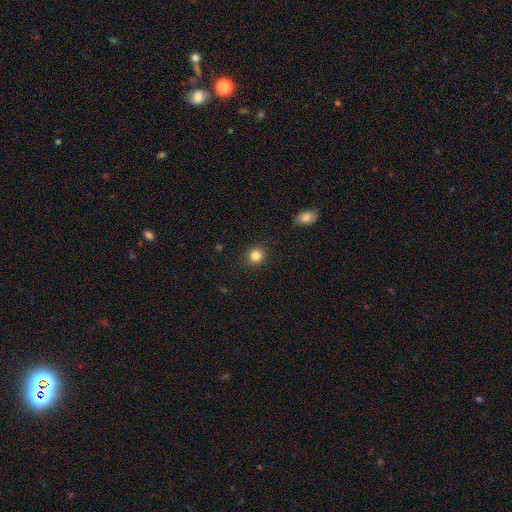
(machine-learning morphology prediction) type=smooth (84%); roundness=round (90%); merging=none (91%).